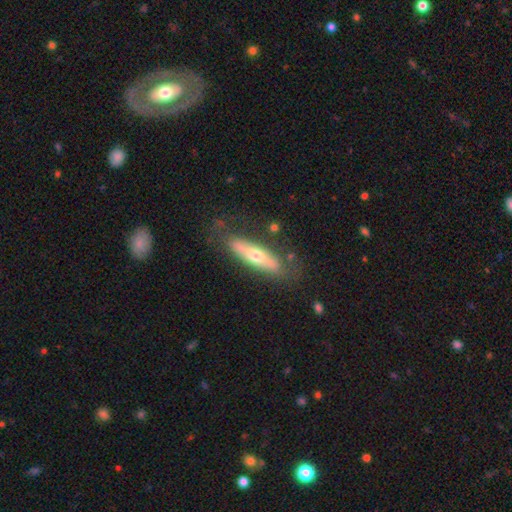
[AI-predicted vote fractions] Smooth or featured? featured or disk (51%)
Edge-on disk? yes (57%)
Merging? none (73%)